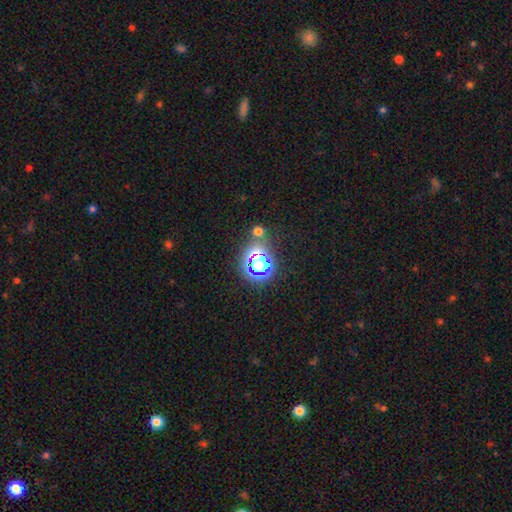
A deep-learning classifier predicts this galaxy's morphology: Smooth or featured? star or artifact (59%)